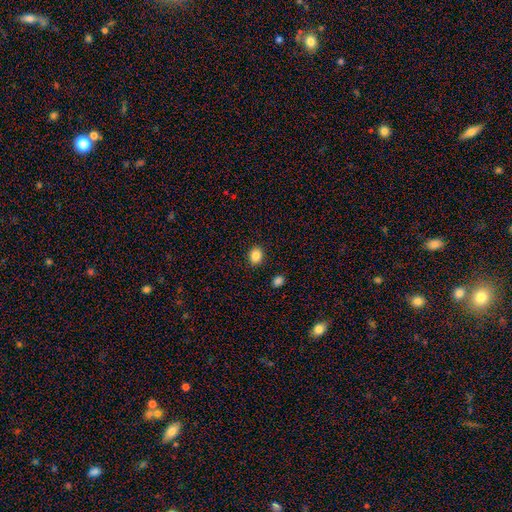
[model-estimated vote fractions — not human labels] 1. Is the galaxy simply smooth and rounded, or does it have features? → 86% smooth, 10% star or artifact, 5% featured or disk.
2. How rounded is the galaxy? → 59% round, 41% in between, 1% cigar-shaped.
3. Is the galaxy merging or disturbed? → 89% none, 7% minor disturbance, 2% major disturbance, 2% merger.